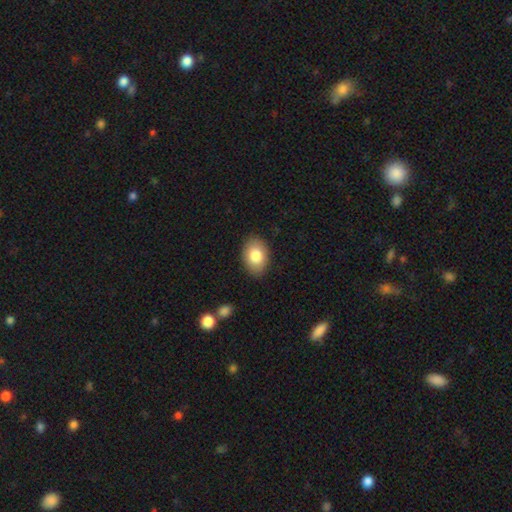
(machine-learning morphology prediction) Smooth or featured? Predicted: smooth (p=0.82). How rounded? Predicted: in between (p=0.83). Merging? Predicted: none (p=0.87).